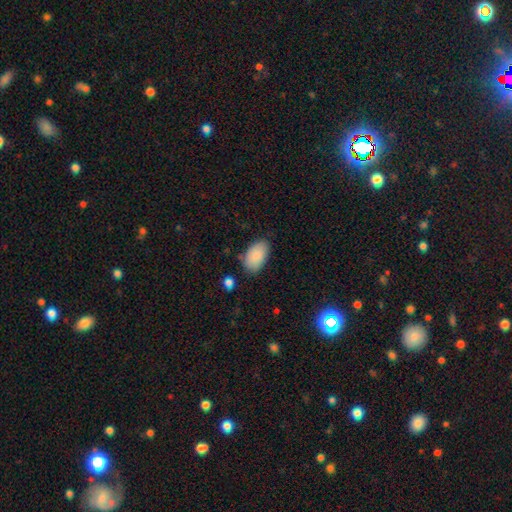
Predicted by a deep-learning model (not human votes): Smooth or featured? smooth (88%)
How rounded? in between (94%)
Merging? none (75%)